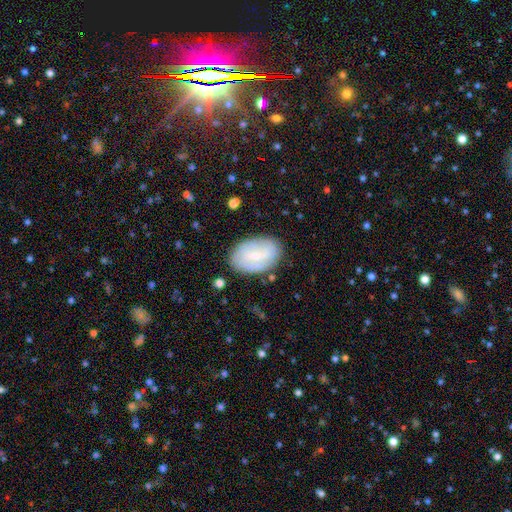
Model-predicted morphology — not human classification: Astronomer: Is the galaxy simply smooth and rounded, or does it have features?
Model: featured or disk — 55% (runner-up: smooth, 38%).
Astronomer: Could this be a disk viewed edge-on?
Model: no — 95%.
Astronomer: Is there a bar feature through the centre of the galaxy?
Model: weak — 50% (runner-up: no, 32%).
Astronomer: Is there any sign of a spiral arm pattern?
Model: yes — 71%.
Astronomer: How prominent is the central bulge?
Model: small — 75%.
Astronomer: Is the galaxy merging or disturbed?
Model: none — 82%.